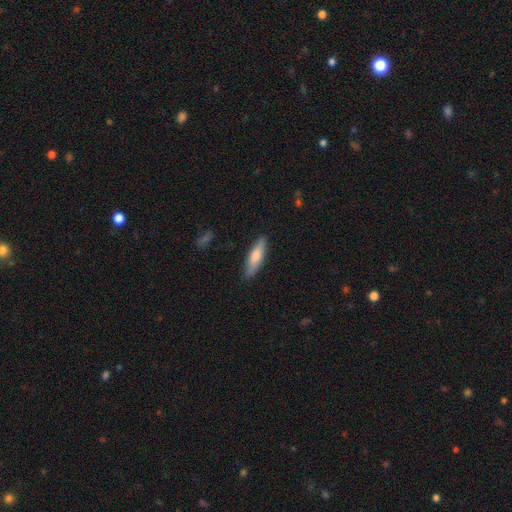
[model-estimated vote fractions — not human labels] Smooth or featured? Predicted: smooth (p=0.70). How rounded? Predicted: cigar-shaped (p=0.63). Merging? Predicted: none (p=0.86).